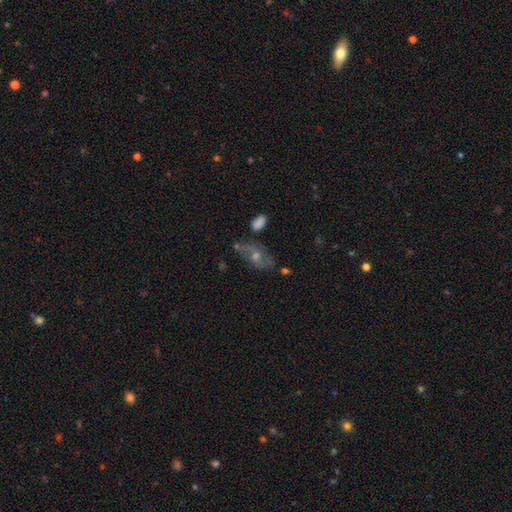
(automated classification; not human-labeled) smooth_or_featured: featured or disk (p=0.65) [alt: smooth p=0.20]
disk_edge_on: no (p=0.91) [alt: yes p=0.09]
bar: no (p=0.55) [alt: weak p=0.35]
has_spiral_arms: yes (p=0.78) [alt: no p=0.22]
bulge_size: moderate (p=0.57) [alt: small p=0.34]
merging: none (p=0.65) [alt: minor disturbance p=0.19]